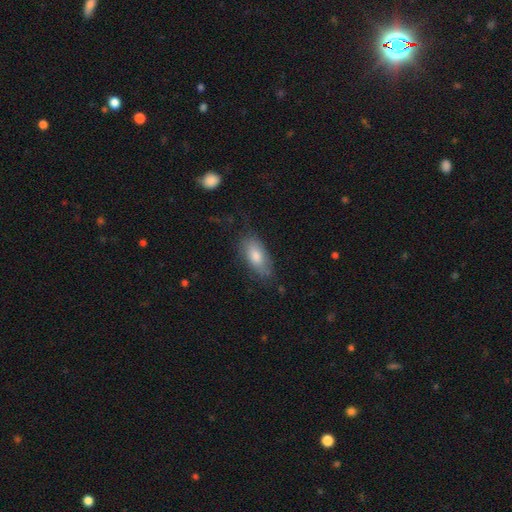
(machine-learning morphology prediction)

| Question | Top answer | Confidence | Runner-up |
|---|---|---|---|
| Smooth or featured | smooth | 75% | featured or disk (17%) |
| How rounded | in between | 87% | cigar-shaped (9%) |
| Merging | none | 71% | minor disturbance (21%) |